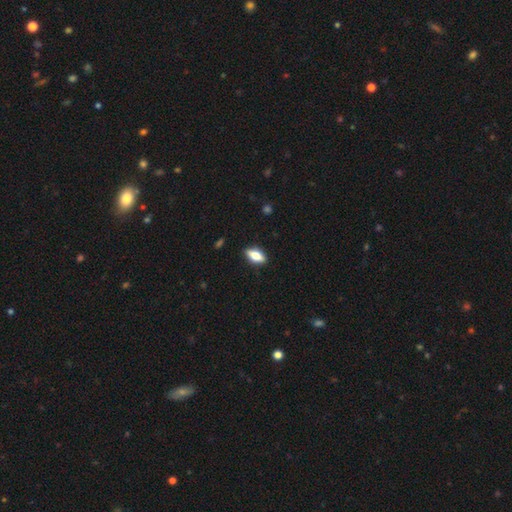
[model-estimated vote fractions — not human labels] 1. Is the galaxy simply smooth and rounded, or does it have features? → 67% smooth, 25% featured or disk, 7% star or artifact.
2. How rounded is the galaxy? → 84% in between, 12% cigar-shaped, 5% round.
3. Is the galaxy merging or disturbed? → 87% none, 10% minor disturbance, 2% major disturbance, 1% merger.